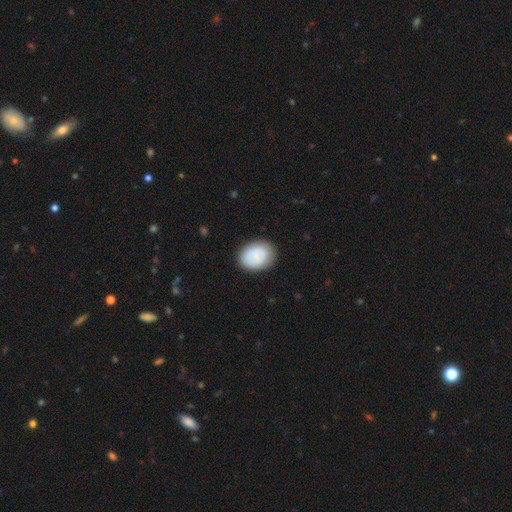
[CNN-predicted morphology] Smooth or featured: smooth — 68% (featured or disk — 25%)
How rounded: in between — 62% (round — 37%)
Merging: none — 83% (minor disturbance — 12%)